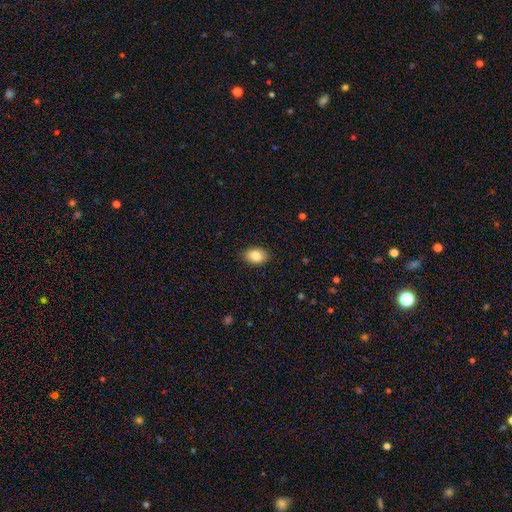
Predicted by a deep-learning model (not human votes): The model was most divided on "how rounded": in between: 78%, round: 21%, cigar-shaped: 1%. More confident: merging — none (88%); smooth or featured — smooth (85%).